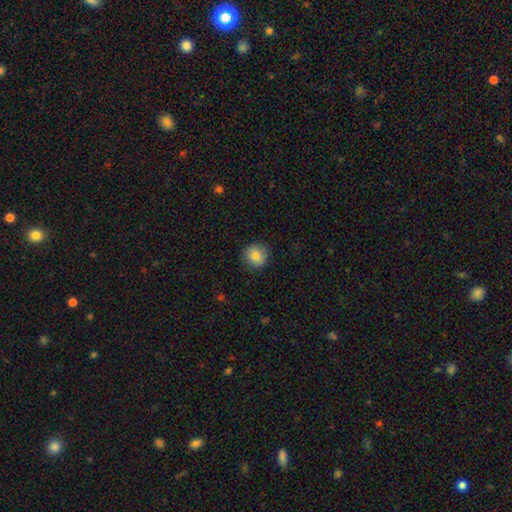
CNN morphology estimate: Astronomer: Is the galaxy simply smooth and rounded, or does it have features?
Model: smooth — 82%.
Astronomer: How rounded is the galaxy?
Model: round — 92%.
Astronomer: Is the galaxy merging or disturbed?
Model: none — 88%.